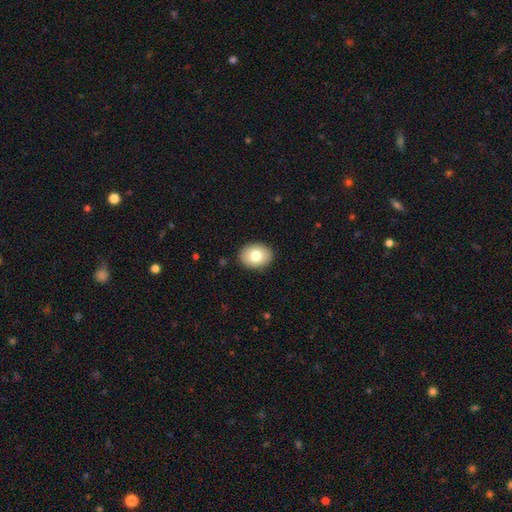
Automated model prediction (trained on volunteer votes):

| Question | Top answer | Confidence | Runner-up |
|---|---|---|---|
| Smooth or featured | smooth | 79% | featured or disk (13%) |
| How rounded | in between | 62% | round (37%) |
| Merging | none | 90% | minor disturbance (7%) |